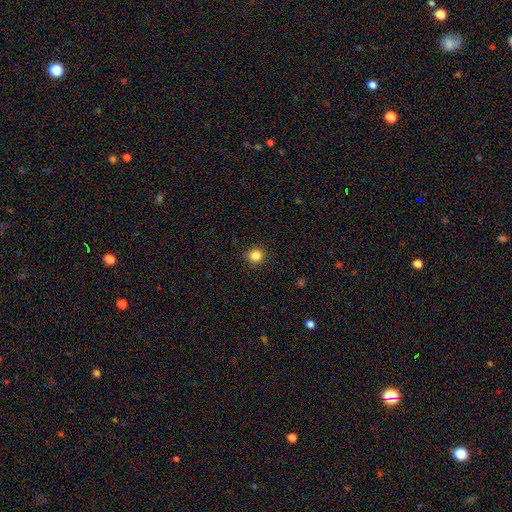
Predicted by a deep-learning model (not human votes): Smooth or featured?
  - smooth: 85% *
  - star or artifact: 11%
  - featured or disk: 4%
How rounded?
  - round: 89% *
  - in between: 10%
  - cigar-shaped: 1%
Merging?
  - none: 90% *
  - minor disturbance: 7%
  - major disturbance: 2%
  - merger: 1%